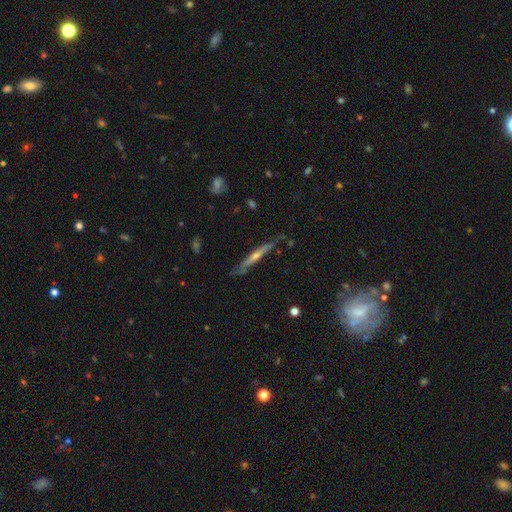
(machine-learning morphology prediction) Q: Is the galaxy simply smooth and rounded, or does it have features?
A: featured or disk — 70%.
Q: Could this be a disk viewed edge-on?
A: yes — 92%.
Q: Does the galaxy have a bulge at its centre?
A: rounded — 62%.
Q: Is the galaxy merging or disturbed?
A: none — 76%.